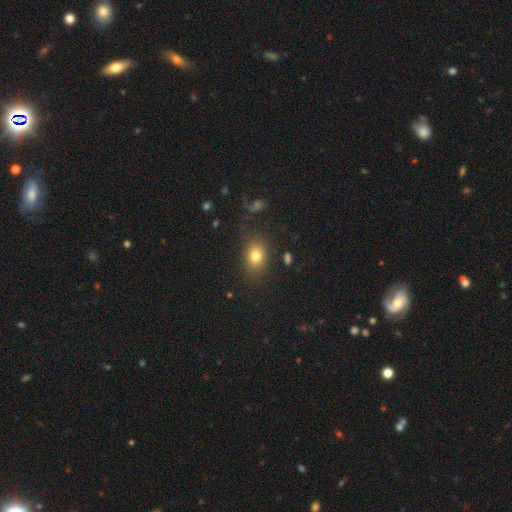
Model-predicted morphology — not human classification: smooth-or-featured: smooth: 78% | star or artifact: 12% | featured or disk: 10%
  how-rounded: in between: 68% | round: 31% | cigar-shaped: 2%
  merging: none: 82% | minor disturbance: 11% | major disturbance: 5% | merger: 2%